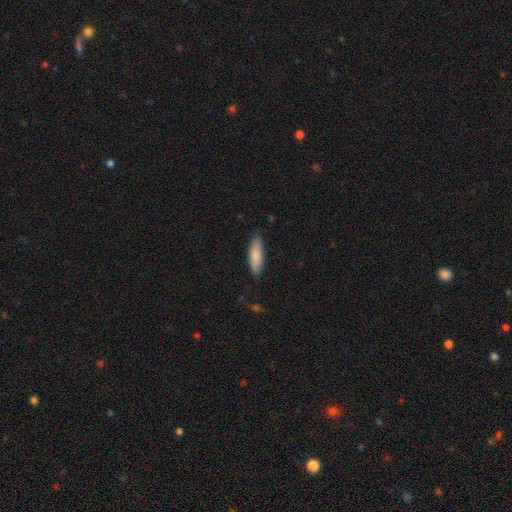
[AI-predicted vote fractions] Smooth or featured? Predicted: smooth (p=0.86). How rounded? Predicted: cigar-shaped (p=0.53). Merging? Predicted: none (p=0.82).